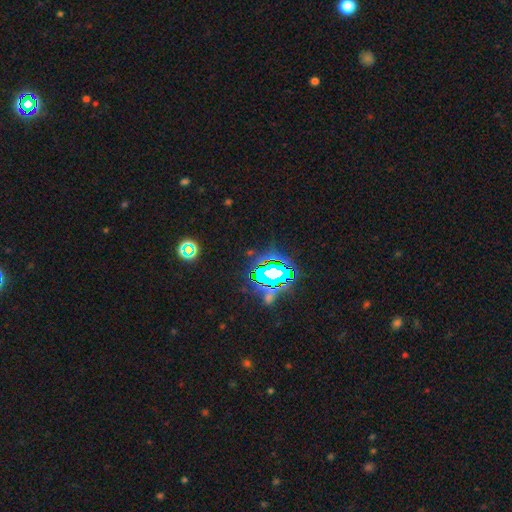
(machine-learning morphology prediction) Smooth or featured: star or artifact — 82% (smooth — 11%)